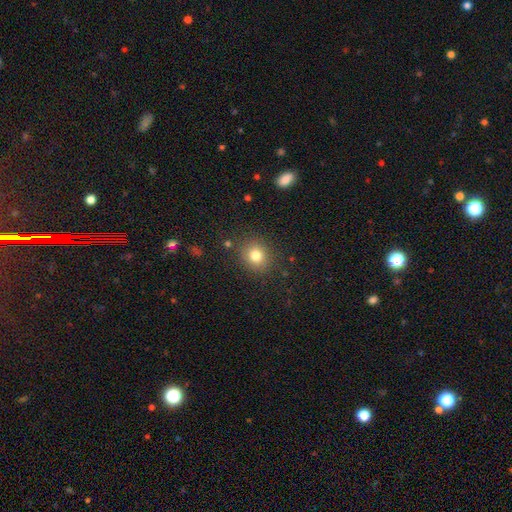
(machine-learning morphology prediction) This is likely a smooth galaxy (79%). How rounded: likely round (78%). Merging: clearly none (86%).